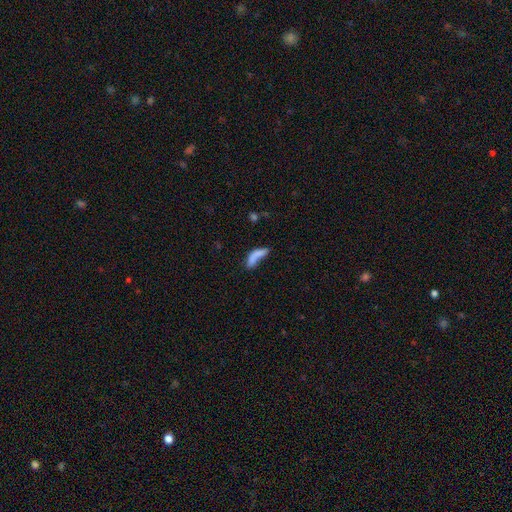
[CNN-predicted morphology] type=smooth (68%); roundness=in between (56%); merging=none (30%).